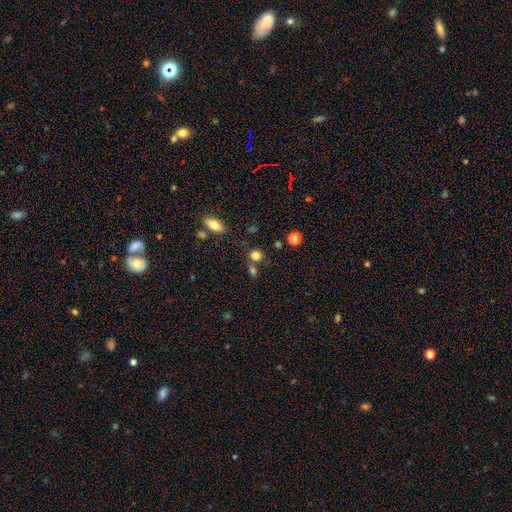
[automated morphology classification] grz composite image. It shows a smooth galaxy with no disk features (79%) that is round (81%). Merging: none (63%).